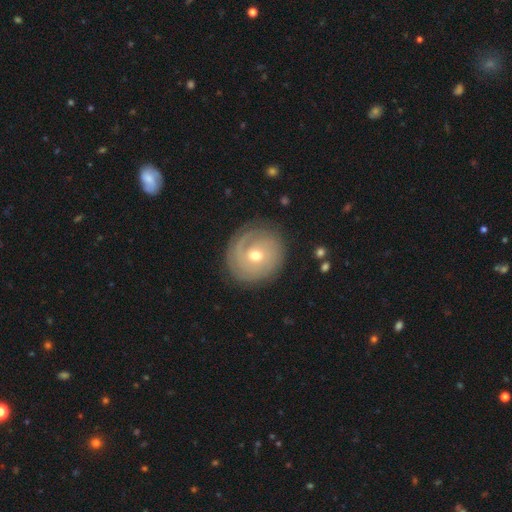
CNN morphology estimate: type=featured or disk (69%); edge-on=no (97%); bar=no (70%); spiral arms=yes (81%); winding=tight (73%); arm count=can't tell (34%); bulge=moderate (68%); merging=none (81%).